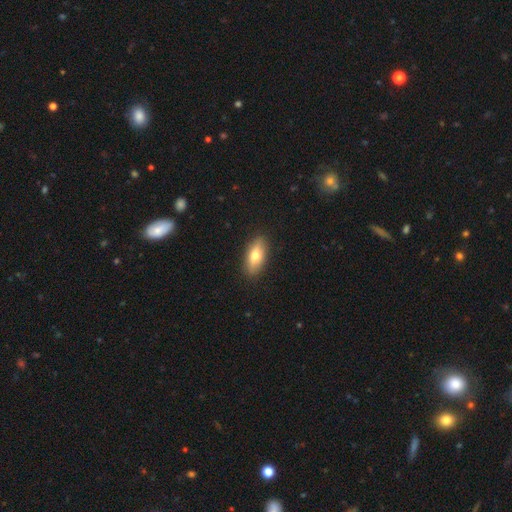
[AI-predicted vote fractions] A smooth galaxy with no disk features (64%) that is in between round and cigar-shaped (74%).

Vote fractions:
- Smooth or featured? smooth: 64% / featured or disk: 30% / star or artifact: 7%
- How rounded? in between: 74% / cigar-shaped: 22% / round: 4%
- Merging? none: 88% / minor disturbance: 9% / major disturbance: 2% / merger: 1%